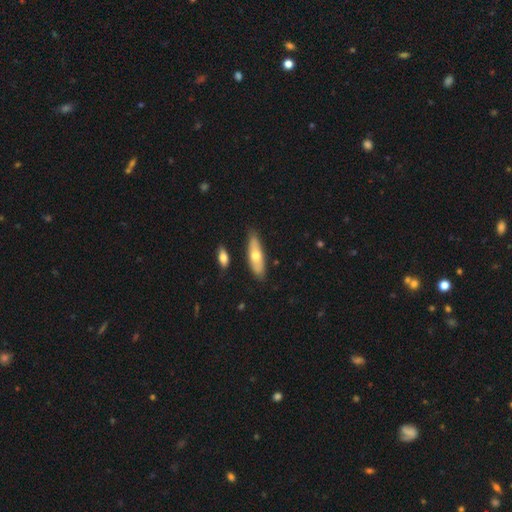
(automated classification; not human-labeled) Q: Smooth or featured?
A: smooth (59%); runner-up: featured or disk (35%)
Q: How rounded?
A: in between (52%); runner-up: cigar-shaped (45%)
Q: Merging?
A: none (80%); runner-up: minor disturbance (13%)